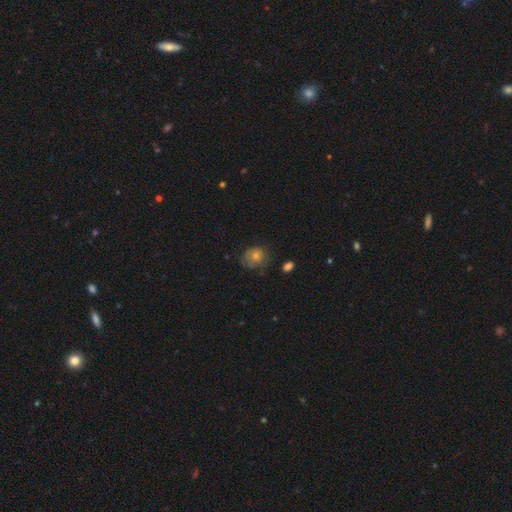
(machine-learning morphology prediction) smooth 58%, featured or disk 25%, star or artifact 16%. Down the decision tree: how rounded — round (70%); merging — none (65%).